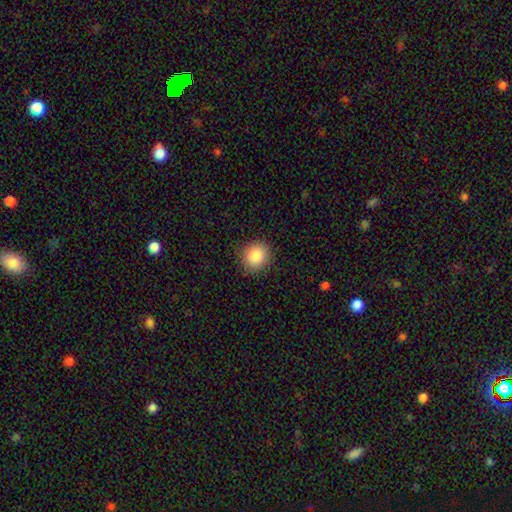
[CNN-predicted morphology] type=smooth (87%); roundness=round (82%); merging=none (87%).